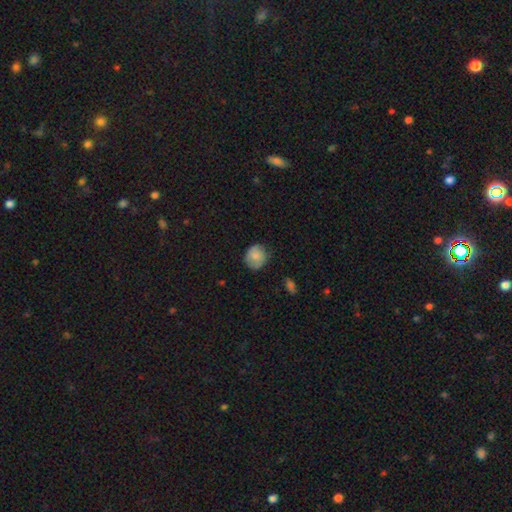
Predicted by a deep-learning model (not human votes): This is likely a smooth galaxy (76%). How rounded: likely round (76%). Merging: likely none (72%).